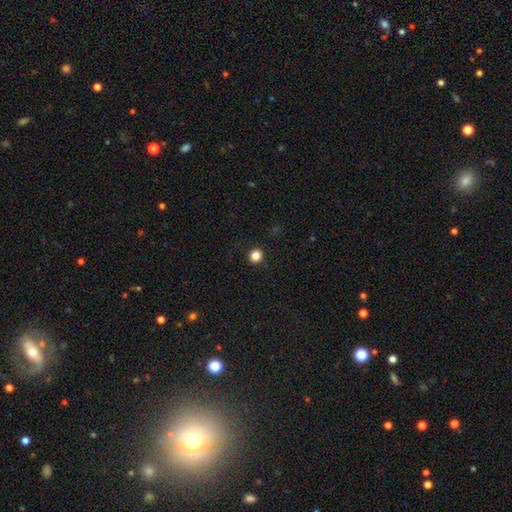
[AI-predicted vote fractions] smooth 84%, star or artifact 12%, featured or disk 4%. Down the decision tree: how rounded — round (88%); merging — none (92%).